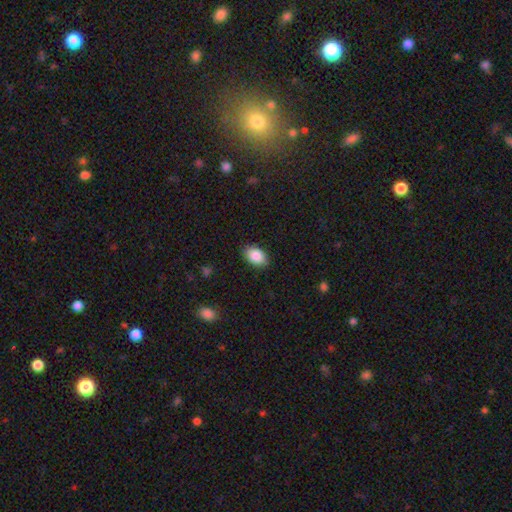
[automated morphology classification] Smooth or featured? Predicted: smooth (p=0.88). How rounded? Predicted: in between (p=0.88). Merging? Predicted: none (p=0.87).